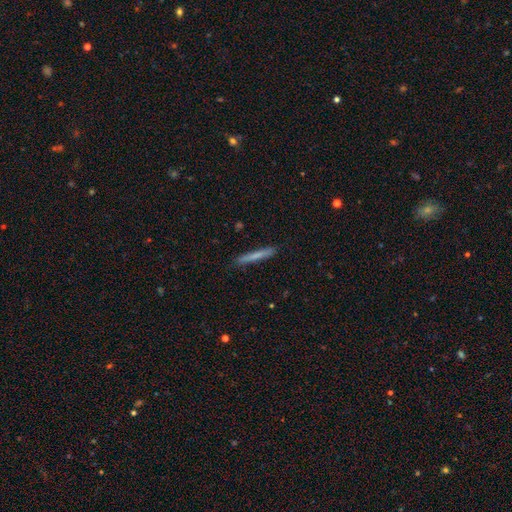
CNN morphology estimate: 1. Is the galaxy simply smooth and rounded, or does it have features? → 68% smooth, 26% featured or disk, 6% star or artifact.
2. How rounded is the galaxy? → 96% cigar-shaped, 2% in between, 1% round.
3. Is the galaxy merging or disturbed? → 89% none, 8% minor disturbance, 2% major disturbance, 1% merger.